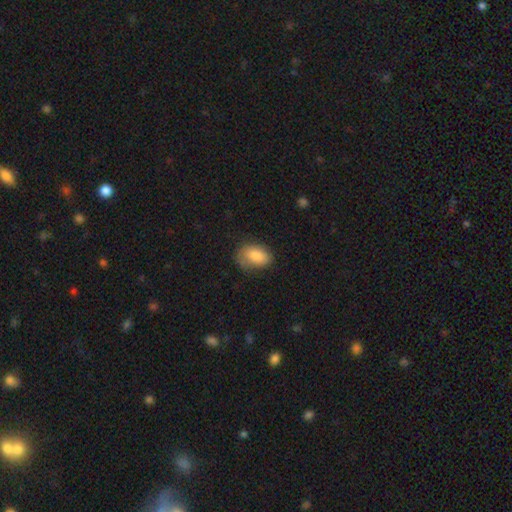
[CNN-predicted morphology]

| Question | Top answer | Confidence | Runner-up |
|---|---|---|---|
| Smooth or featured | smooth | 83% | featured or disk (10%) |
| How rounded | in between | 89% | round (10%) |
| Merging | none | 62% | minor disturbance (27%) |